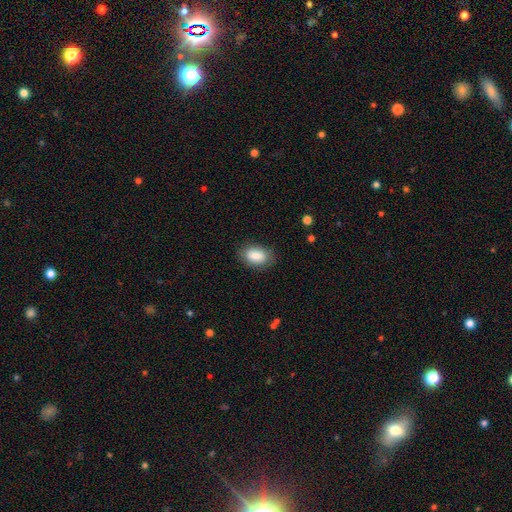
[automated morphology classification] A smooth galaxy with no disk features (86%) that is in between round and cigar-shaped (88%).

Vote fractions:
- Smooth or featured? smooth: 86% / featured or disk: 7% / star or artifact: 7%
- How rounded? in between: 88% / round: 10% / cigar-shaped: 2%
- Merging? none: 82% / minor disturbance: 13% / major disturbance: 3% / merger: 1%